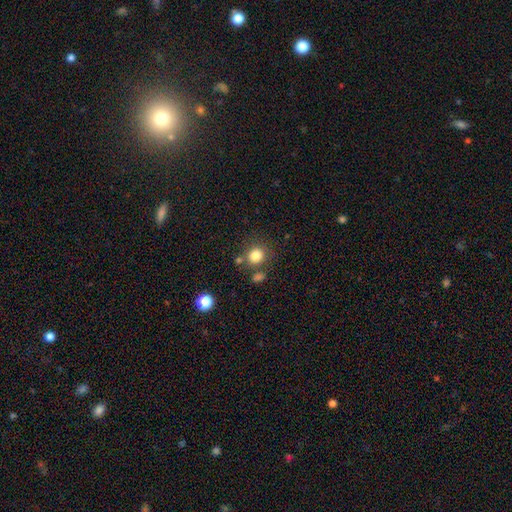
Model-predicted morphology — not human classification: Smooth or featured? Predicted: smooth (p=0.82). How rounded? Predicted: round (p=0.82). Merging? Predicted: none (p=0.71).